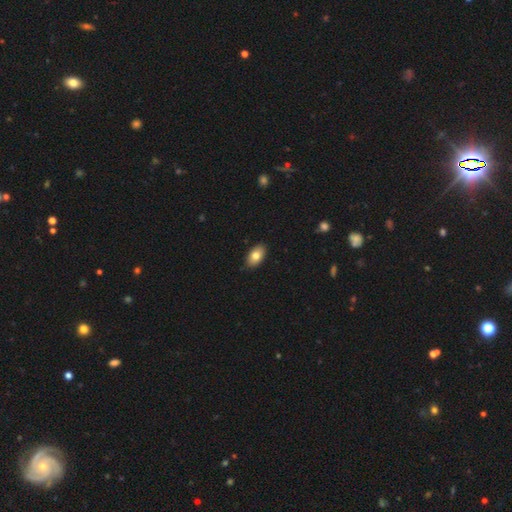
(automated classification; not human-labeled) smooth-or-featured: smooth: 80% | featured or disk: 13% | star or artifact: 7%
  how-rounded: in between: 93% | round: 6% | cigar-shaped: 2%
  merging: none: 88% | minor disturbance: 9% | major disturbance: 2% | merger: 1%